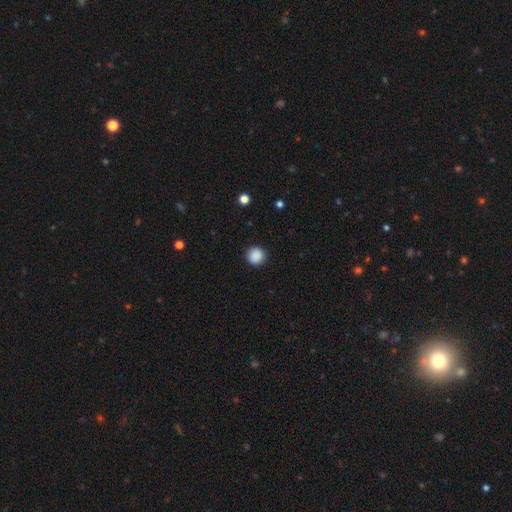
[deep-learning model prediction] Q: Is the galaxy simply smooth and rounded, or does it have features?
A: smooth — 88%.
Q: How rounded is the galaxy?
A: round — 95%.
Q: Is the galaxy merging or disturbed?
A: none — 92%.